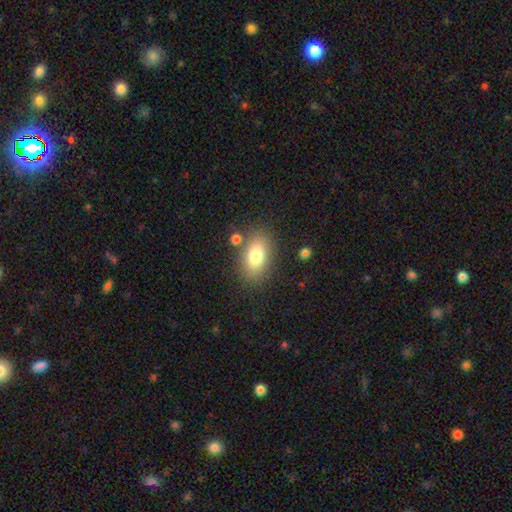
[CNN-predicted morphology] Smooth or featured? Predicted: smooth (p=0.80). How rounded? Predicted: in between (p=0.89). Merging? Predicted: none (p=0.77).